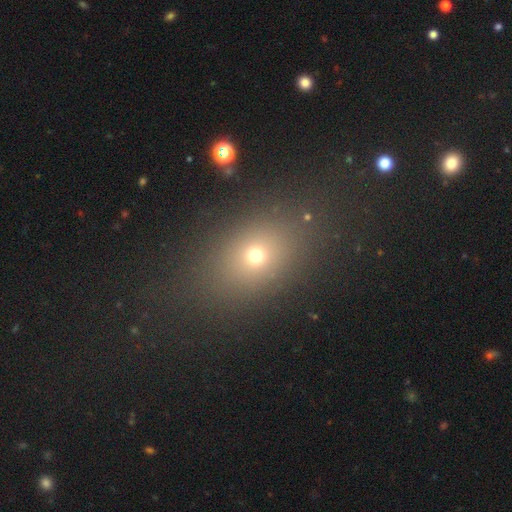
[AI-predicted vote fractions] Q: Smooth or featured?
A: smooth (67%); runner-up: star or artifact (21%)
Q: How rounded?
A: in between (59%); runner-up: round (39%)
Q: Merging?
A: none (80%); runner-up: minor disturbance (11%)